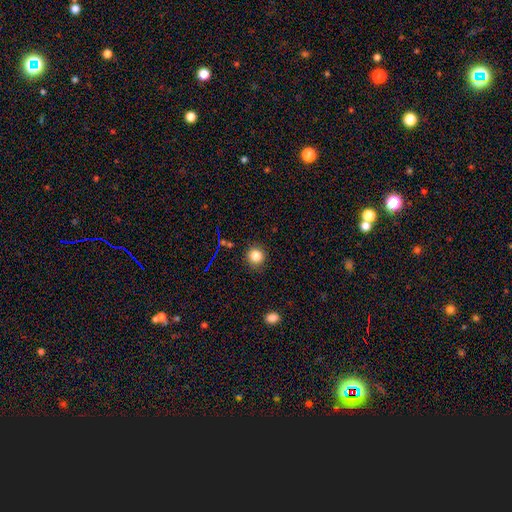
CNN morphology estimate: smooth_or_featured: smooth (p=0.82) [alt: star or artifact p=0.12]
how_rounded: round (p=0.90) [alt: in between p=0.09]
merging: none (p=0.88) [alt: minor disturbance p=0.08]